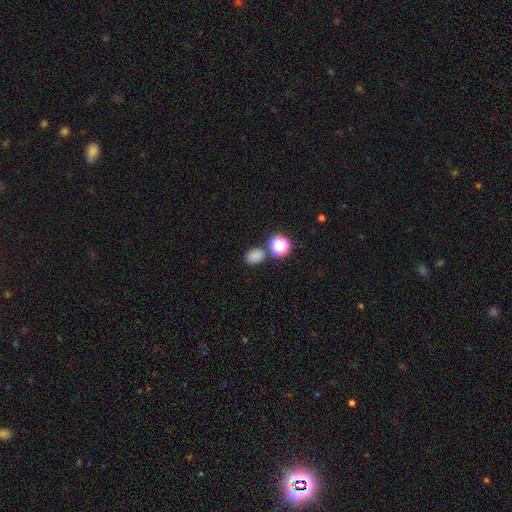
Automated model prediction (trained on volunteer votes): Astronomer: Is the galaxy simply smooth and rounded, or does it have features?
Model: smooth — 77%.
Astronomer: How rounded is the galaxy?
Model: in between — 56% (runner-up: round, 43%).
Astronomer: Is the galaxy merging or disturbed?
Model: none — 74%.